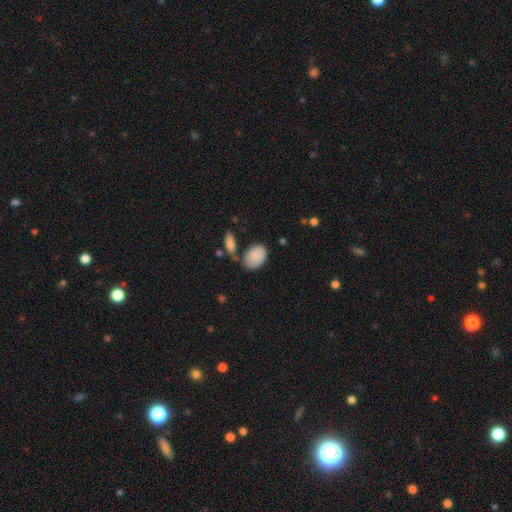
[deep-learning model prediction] Smooth or featured?
  - smooth: 86% *
  - featured or disk: 7%
  - star or artifact: 7%
How rounded?
  - in between: 87% *
  - round: 11%
  - cigar-shaped: 1%
Merging?
  - none: 58% *
  - minor disturbance: 23%
  - merger: 12%
  - major disturbance: 7%